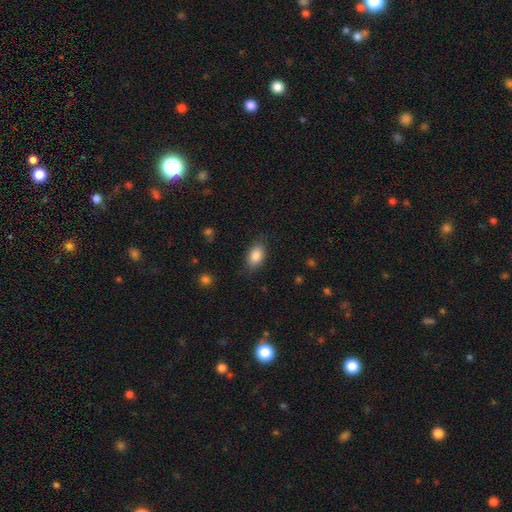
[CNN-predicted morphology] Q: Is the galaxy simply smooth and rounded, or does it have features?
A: smooth — 86%.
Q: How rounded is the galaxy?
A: in between — 88%.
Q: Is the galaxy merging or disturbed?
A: none — 81%.